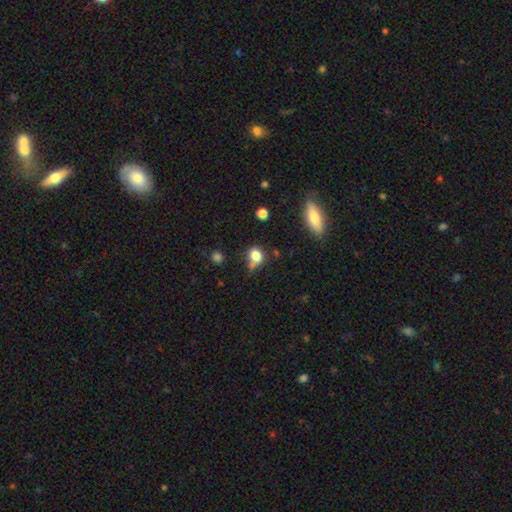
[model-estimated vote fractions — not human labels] This appears to be a smooth galaxy with no disk features (79%) that is round (59%). Merging: none (46%).